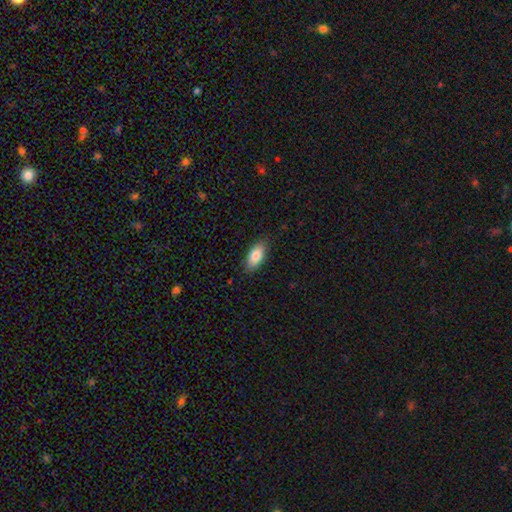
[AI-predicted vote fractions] Q: Smooth or featured?
A: smooth (82%); runner-up: featured or disk (11%)
Q: How rounded?
A: in between (89%); runner-up: cigar-shaped (8%)
Q: Merging?
A: none (85%); runner-up: minor disturbance (12%)